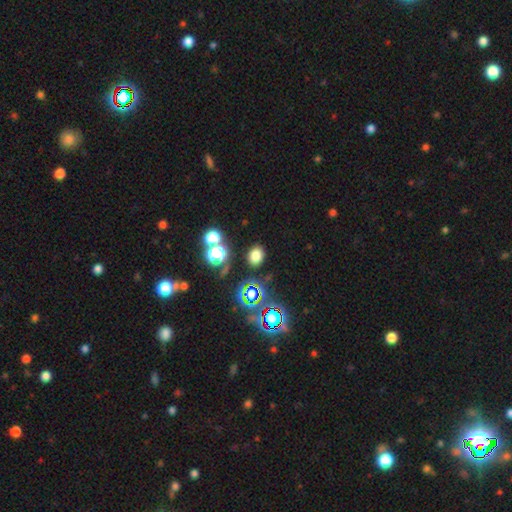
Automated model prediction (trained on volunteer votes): A smooth galaxy with no disk features (73%) that is round (54%).

Vote fractions:
- Smooth or featured? smooth: 73% / star or artifact: 21% / featured or disk: 6%
- How rounded? round: 54% / in between: 44% / cigar-shaped: 1%
- Merging? none: 84% / minor disturbance: 9% / merger: 4% / major disturbance: 3%